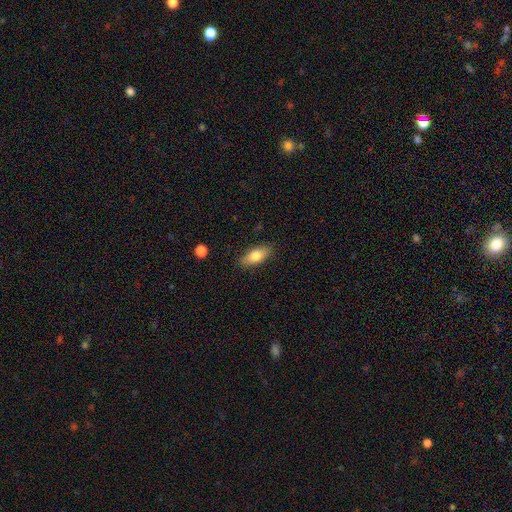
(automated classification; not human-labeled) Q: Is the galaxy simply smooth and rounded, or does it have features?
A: smooth — 76%.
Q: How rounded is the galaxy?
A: in between — 81%.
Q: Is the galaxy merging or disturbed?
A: none — 86%.